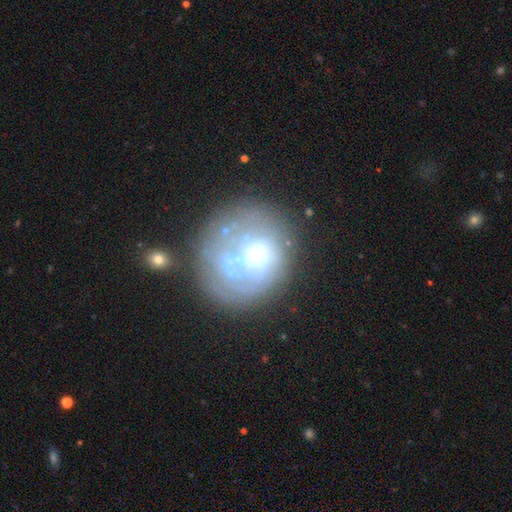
Volunteers were most divided on "bulge size" (2-way tie): moderate: 33%, small: 33%, large: 17%, dominant: 8%, none: 8%. More confident: edge-on disk — no (100%); bar — no (88%); spiral arms — no (79%); smooth or featured — featured or disk (63%); merging — none (60%).